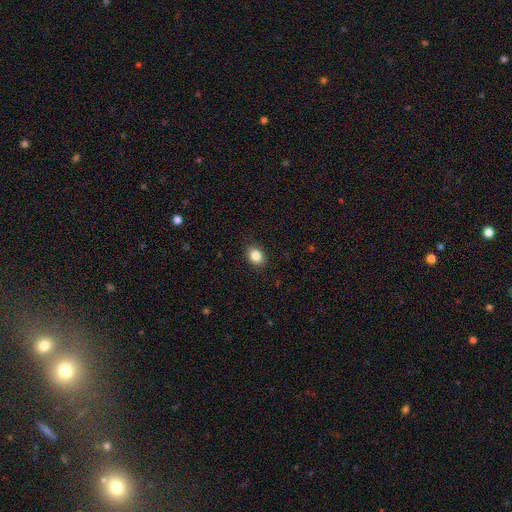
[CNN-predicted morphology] Smooth or featured: smooth — 85% (star or artifact — 9%)
How rounded: in between — 64% (round — 35%)
Merging: none — 88% (minor disturbance — 9%)